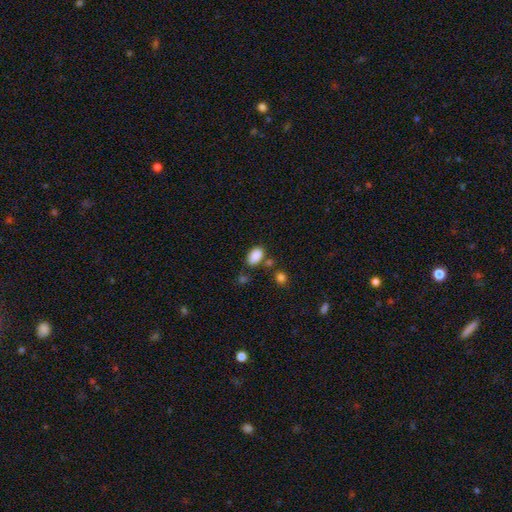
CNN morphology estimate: Smooth or featured? smooth (88%)
How rounded? in between (89%)
Merging? none (71%)